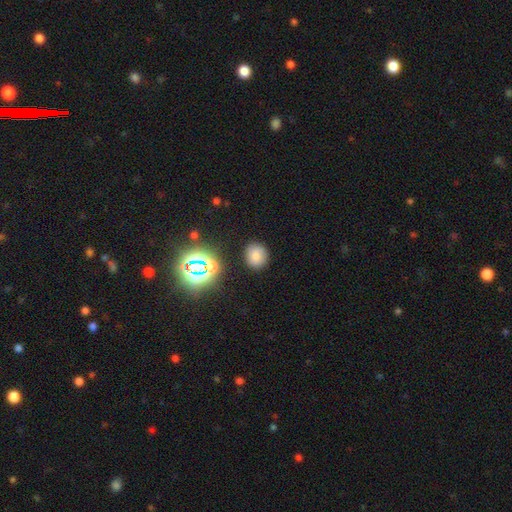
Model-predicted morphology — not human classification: The model was most divided on "how rounded": round: 70%, in between: 29%, cigar-shaped: 1%. More confident: merging — none (85%); smooth or featured — smooth (73%).